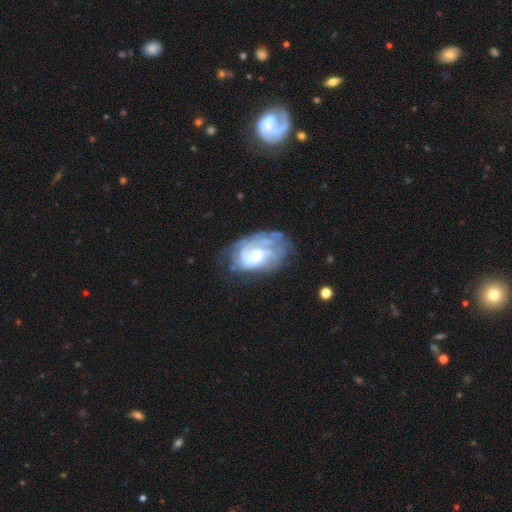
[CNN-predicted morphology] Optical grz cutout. It shows a featured or disk galaxy (78%) with no bar (65%), tight (59%) spiral arms (88%) and a moderate central bulge (51%). Merging: none (54%).